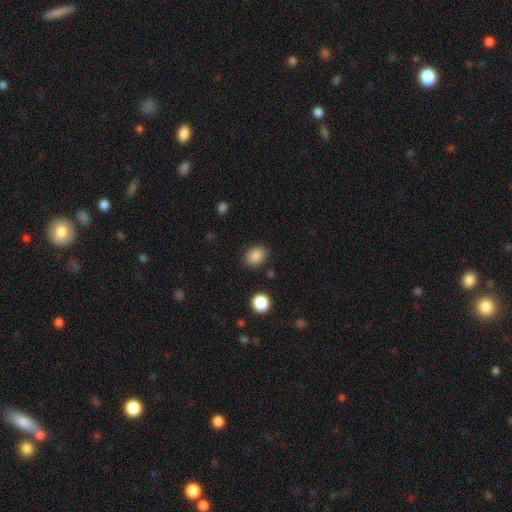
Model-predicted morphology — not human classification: Smooth or featured? smooth (86%)
How rounded? in between (56%)
Merging? none (83%)